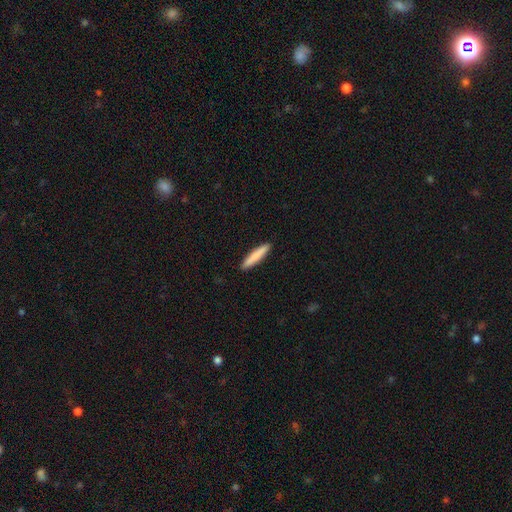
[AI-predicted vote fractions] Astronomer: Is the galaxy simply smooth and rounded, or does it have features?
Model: smooth — 83%.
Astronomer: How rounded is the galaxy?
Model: cigar-shaped — 91%.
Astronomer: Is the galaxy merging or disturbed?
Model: none — 92%.